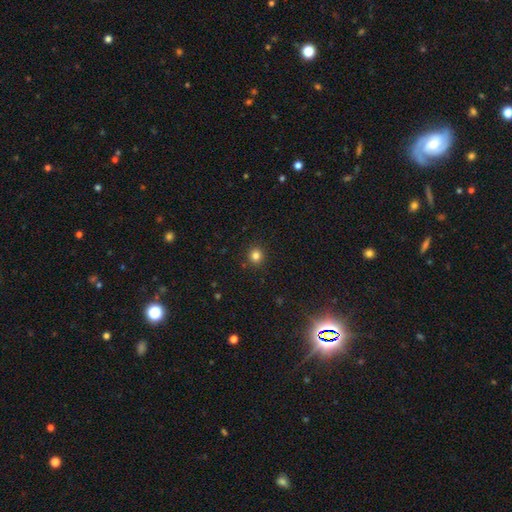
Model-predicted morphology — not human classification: Overall: smooth (82%). How rounded: round (92%). Merging: none (91%).